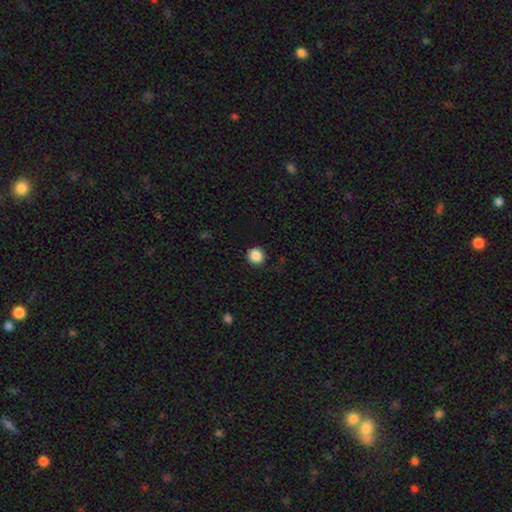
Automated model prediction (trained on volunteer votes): Q: Smooth or featured?
A: smooth (88%); runner-up: star or artifact (10%)
Q: How rounded?
A: round (92%); runner-up: in between (7%)
Q: Merging?
A: none (92%); runner-up: minor disturbance (6%)